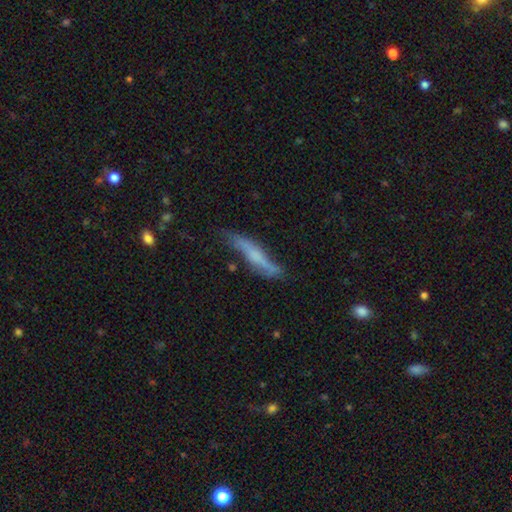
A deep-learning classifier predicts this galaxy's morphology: This is possibly a featured or disk galaxy (48%). Merging: likely none (60%).